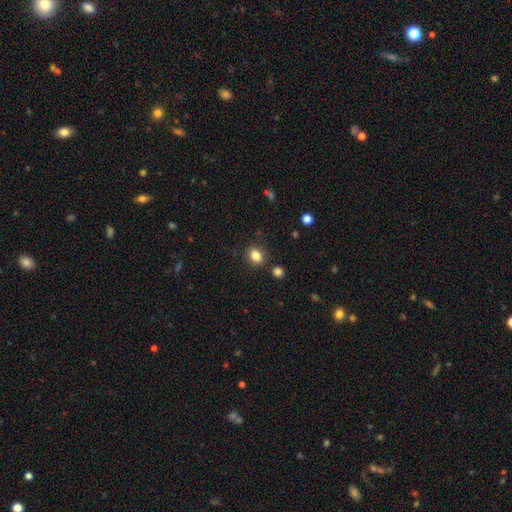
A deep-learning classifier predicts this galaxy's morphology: Smooth or featured? Predicted: smooth (p=0.83). How rounded? Predicted: in between (p=0.50). Merging? Predicted: none (p=0.84).